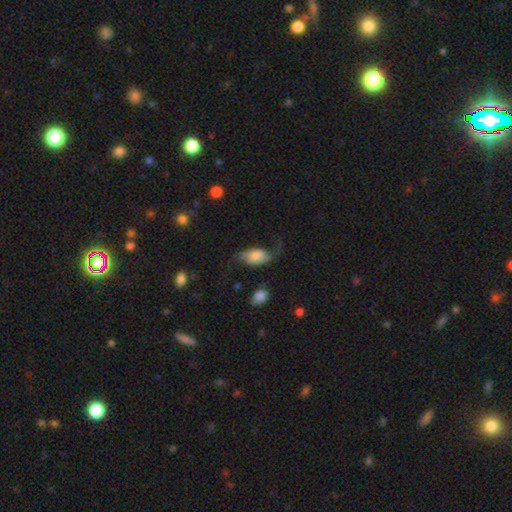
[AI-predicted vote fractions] smooth 49%, featured or disk 43%, star or artifact 8%. Down the decision tree: merging — none (47%).